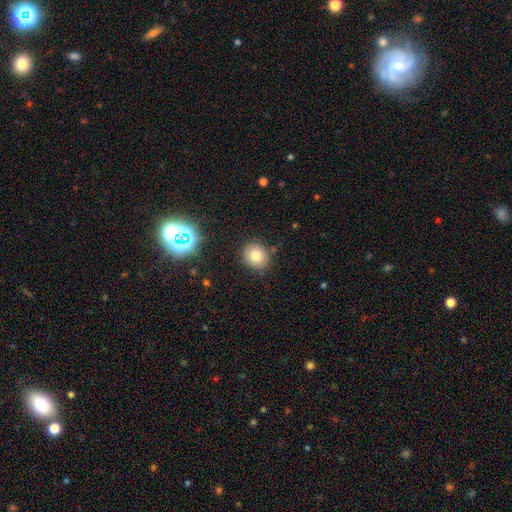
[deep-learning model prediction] This is likely a smooth galaxy (77%). How rounded: clearly round (83%). Merging: clearly none (84%).